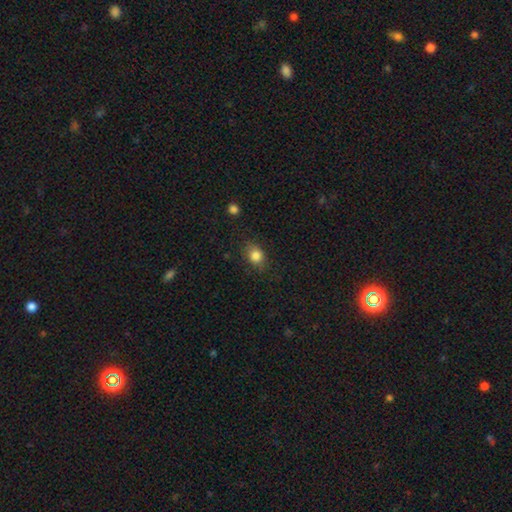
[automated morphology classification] A smooth galaxy with no disk features (83%) that is in between round and cigar-shaped (53%).

Vote fractions:
- Smooth or featured? smooth: 83% / star or artifact: 10% / featured or disk: 6%
- How rounded? in between: 53% / round: 46% / cigar-shaped: 1%
- Merging? none: 80% / minor disturbance: 15% / major disturbance: 4% / merger: 1%